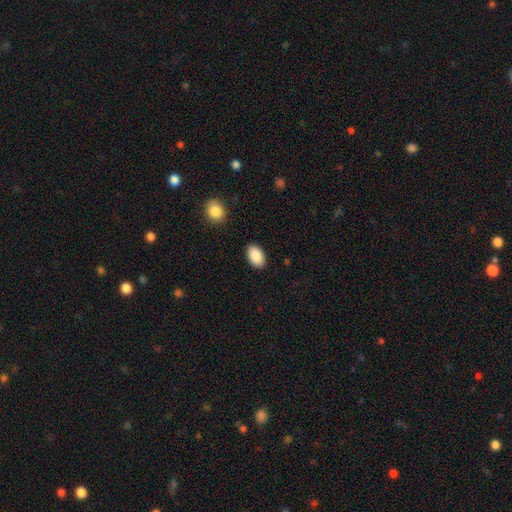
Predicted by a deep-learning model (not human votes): smooth 89%, star or artifact 7%, featured or disk 4%. Down the decision tree: how rounded — in between (93%); merging — none (89%).